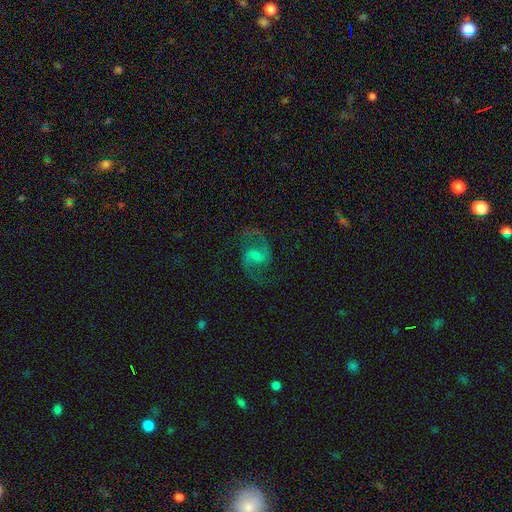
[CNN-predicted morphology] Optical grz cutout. It shows a featured or disk galaxy (87%) with a weak bar (54%), 2 (94%) medium (56%) spiral arms (97%) and a small central bulge (47%). Merging: none (78%).